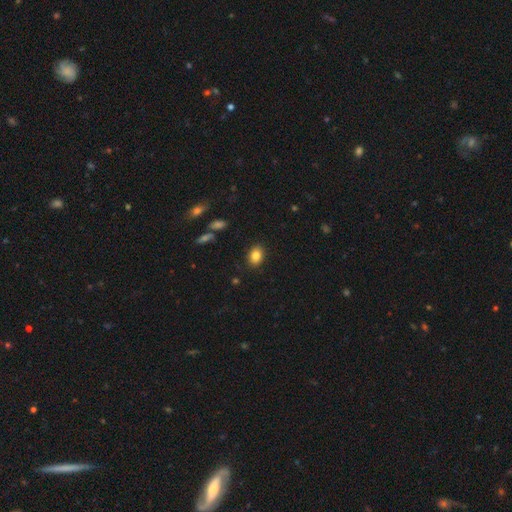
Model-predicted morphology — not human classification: smooth 84%, star or artifact 10%, featured or disk 7%. Down the decision tree: how rounded — in between (71%); merging — none (88%).